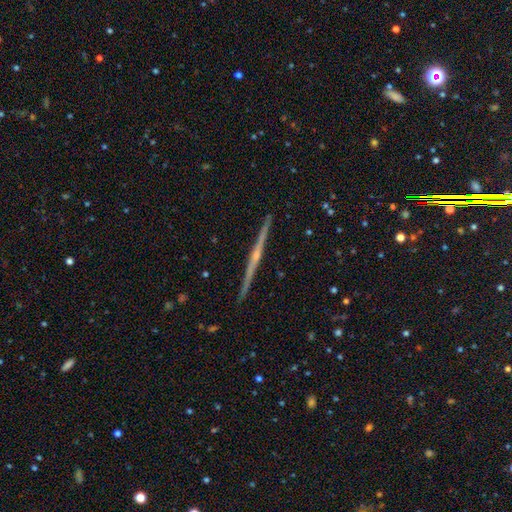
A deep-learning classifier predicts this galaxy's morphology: This appears to be a featured or disk galaxy (84%) viewed edge-on (99%) with a rounded central bulge (70%). Merging: none (93%).